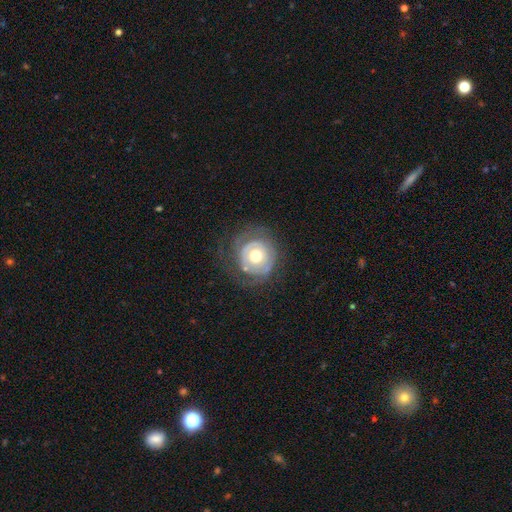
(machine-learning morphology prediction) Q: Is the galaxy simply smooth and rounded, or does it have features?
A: featured or disk — 64%.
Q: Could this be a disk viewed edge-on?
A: no — 97%.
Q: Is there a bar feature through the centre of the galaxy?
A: no — 85%.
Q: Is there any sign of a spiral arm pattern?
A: yes — 60%.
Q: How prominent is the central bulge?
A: moderate — 70%.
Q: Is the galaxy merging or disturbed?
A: none — 62%.